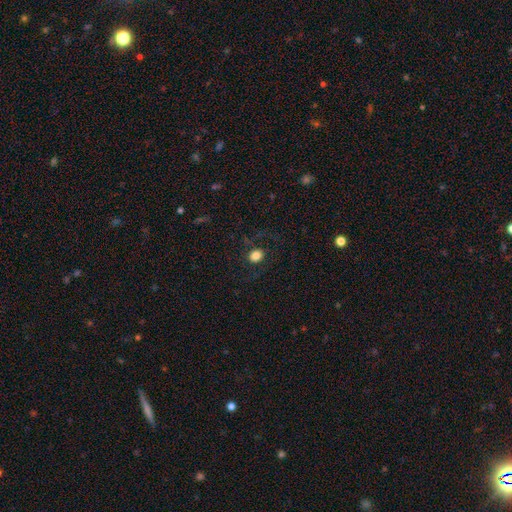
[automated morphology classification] A smooth galaxy with no disk features (76%) that is round (57%). Merging: none (79%).